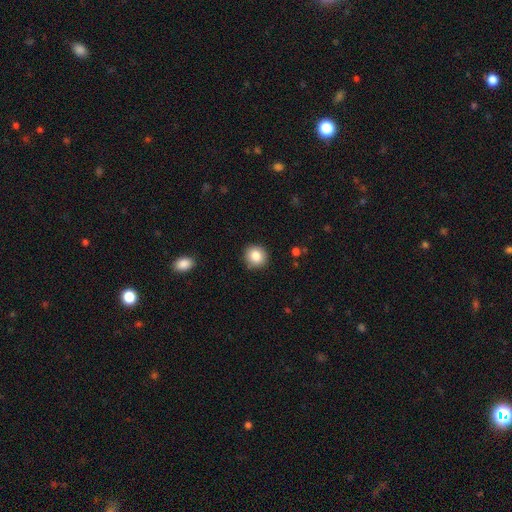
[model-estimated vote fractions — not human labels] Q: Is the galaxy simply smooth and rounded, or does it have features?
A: smooth — 84%.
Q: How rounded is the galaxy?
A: round — 91%.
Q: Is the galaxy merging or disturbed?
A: none — 89%.